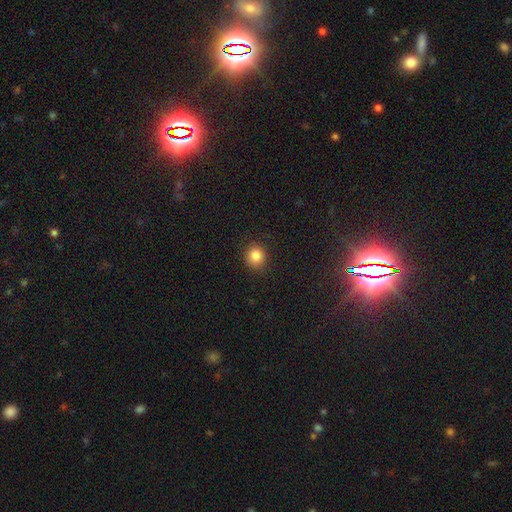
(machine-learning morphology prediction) A smooth galaxy with no disk features (85%) that is round (89%). Merging: none (89%).